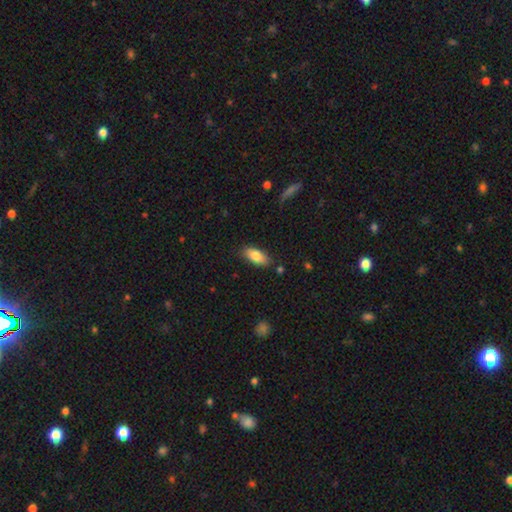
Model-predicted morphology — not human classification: A smooth galaxy with no disk features (82%) that is in between round and cigar-shaped (87%). Merging: none (82%).